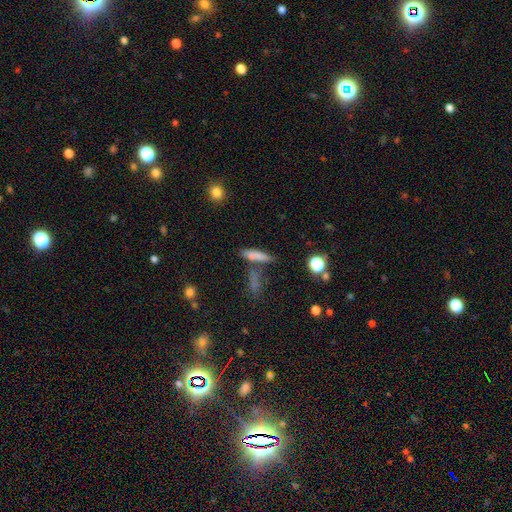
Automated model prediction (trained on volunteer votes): Morphology: type=smooth (73%); roundness=cigar-shaped (70%); merging=none (58%).